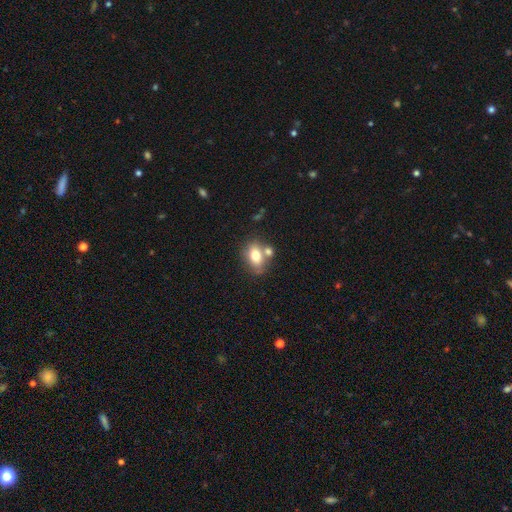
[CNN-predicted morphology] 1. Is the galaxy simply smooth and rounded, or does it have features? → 75% smooth, 17% featured or disk, 9% star or artifact.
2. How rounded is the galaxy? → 80% in between, 18% round, 2% cigar-shaped.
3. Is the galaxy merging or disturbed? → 52% none, 29% merger, 14% minor disturbance, 5% major disturbance.